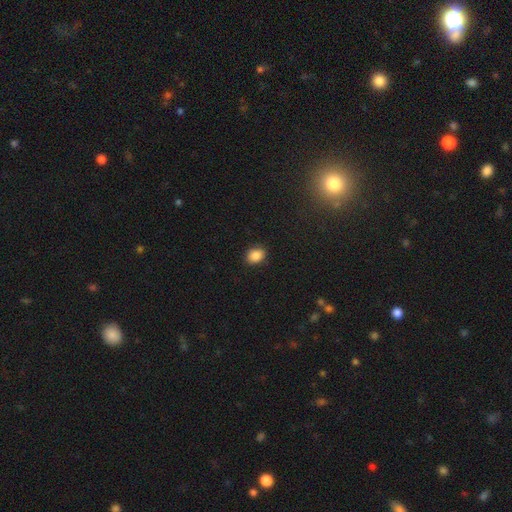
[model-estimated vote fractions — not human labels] smooth-or-featured: smooth: 87% | star or artifact: 9% | featured or disk: 4%
  how-rounded: in between: 58% | round: 41% | cigar-shaped: 1%
  merging: none: 88% | minor disturbance: 9% | major disturbance: 2% | merger: 1%